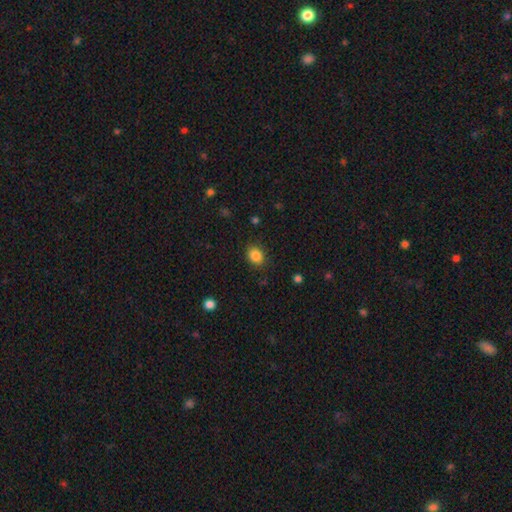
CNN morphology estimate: Q: Smooth or featured?
A: smooth (86%); runner-up: star or artifact (10%)
Q: How rounded?
A: round (51%); runner-up: in between (48%)
Q: Merging?
A: none (86%); runner-up: minor disturbance (10%)